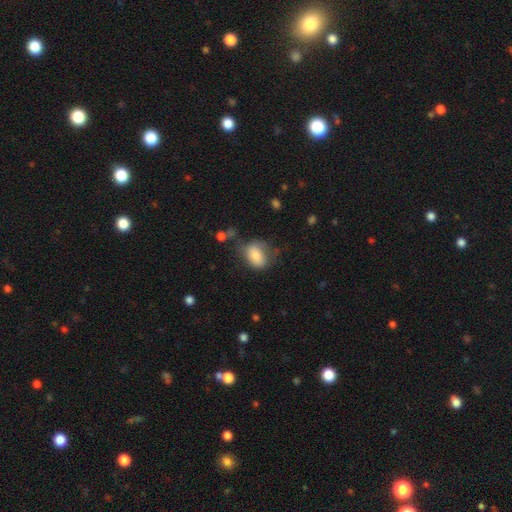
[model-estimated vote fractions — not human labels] A smooth galaxy with no disk features (76%) that is in between round and cigar-shaped (78%).

Vote fractions:
- Smooth or featured? smooth: 76% / featured or disk: 16% / star or artifact: 8%
- How rounded? in between: 78% / round: 20% / cigar-shaped: 2%
- Merging? none: 45% / minor disturbance: 31% / major disturbance: 20% / merger: 5%